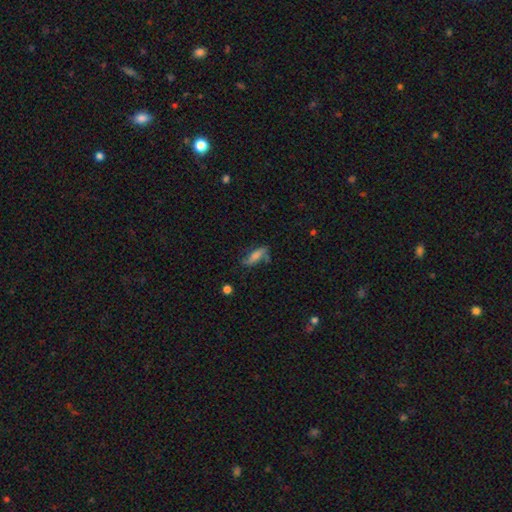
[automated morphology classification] Overall: smooth (48%; featured or disk 43%). Merging: none (57%; minor disturbance 26%).